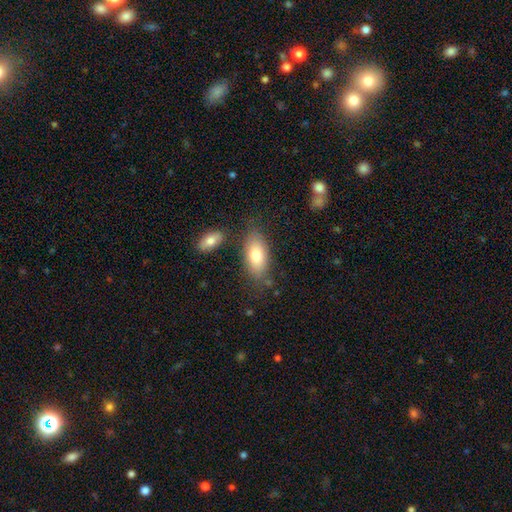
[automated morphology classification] smooth-or-featured: smooth: 77% | featured or disk: 16% | star or artifact: 7%
  how-rounded: in between: 89% | cigar-shaped: 8% | round: 4%
  merging: none: 75% | minor disturbance: 14% | merger: 7% | major disturbance: 4%